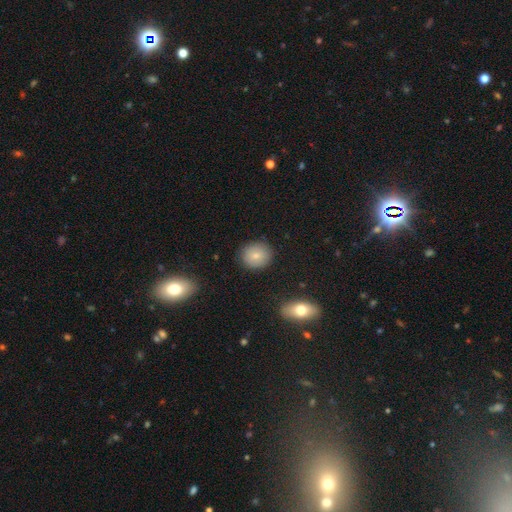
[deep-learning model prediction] A smooth galaxy with no disk features (80%) that is round (80%).

Vote fractions:
- Smooth or featured? smooth: 80% / featured or disk: 12% / star or artifact: 9%
- How rounded? round: 80% / in between: 19% / cigar-shaped: 1%
- Merging? none: 87% / minor disturbance: 9% / major disturbance: 2% / merger: 2%